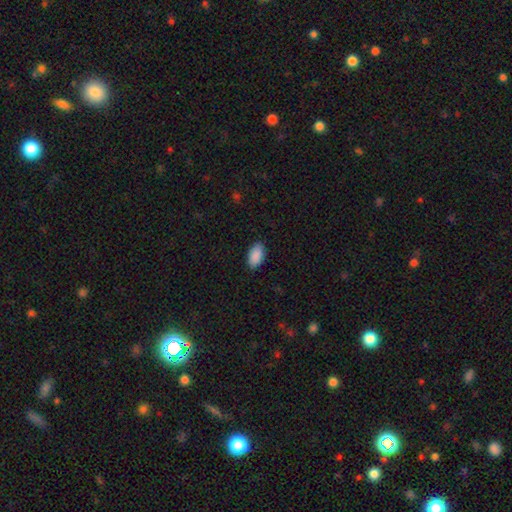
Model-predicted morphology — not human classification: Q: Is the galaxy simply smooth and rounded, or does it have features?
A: smooth — 90%.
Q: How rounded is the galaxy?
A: in between — 95%.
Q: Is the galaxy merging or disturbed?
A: none — 87%.